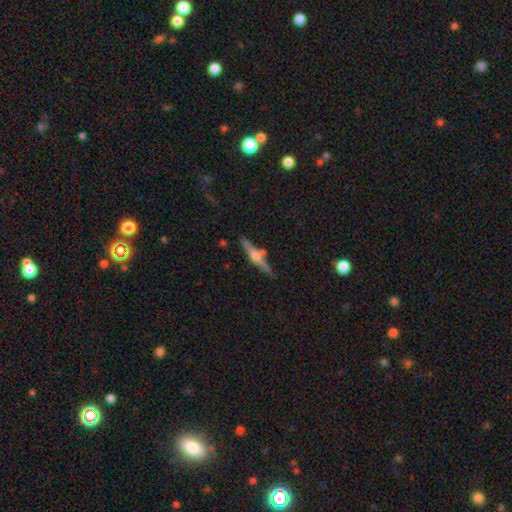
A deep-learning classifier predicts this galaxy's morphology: This appears to be a featured or disk galaxy (67%) viewed edge-on (97%) with a rounded central bulge (87%). Merging: none (79%).